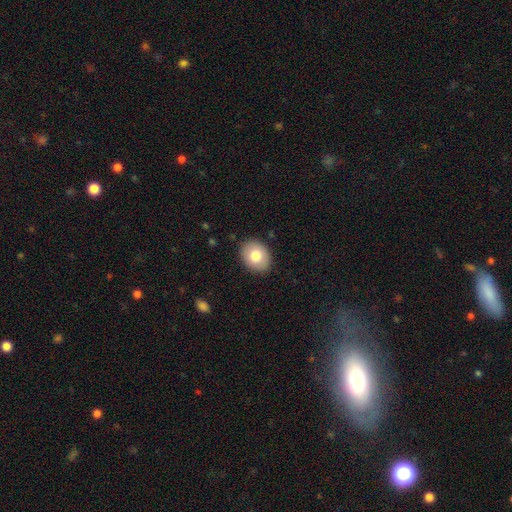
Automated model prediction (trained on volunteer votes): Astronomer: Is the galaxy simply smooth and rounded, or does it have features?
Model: smooth — 79%.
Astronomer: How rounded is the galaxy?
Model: in between — 61% (runner-up: round, 38%).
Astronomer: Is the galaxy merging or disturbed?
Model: none — 88%.